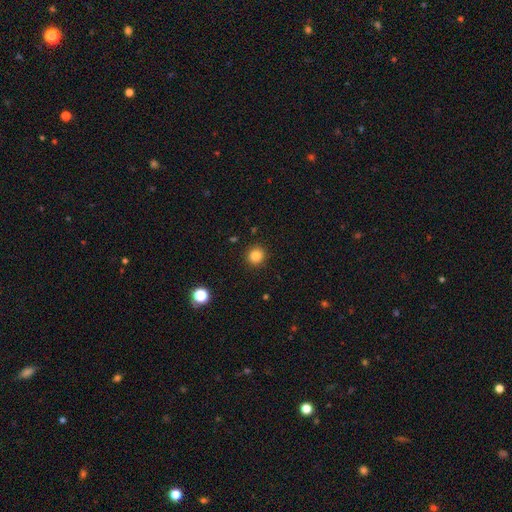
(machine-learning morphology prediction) type=smooth (84%); roundness=round (92%); merging=none (91%).